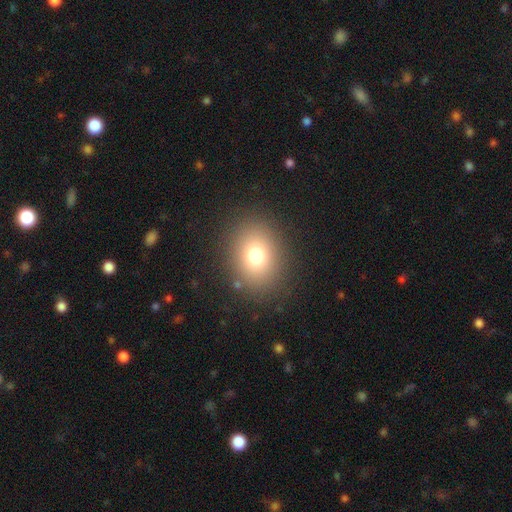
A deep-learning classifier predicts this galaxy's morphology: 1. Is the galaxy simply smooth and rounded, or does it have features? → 75% smooth, 14% star or artifact, 10% featured or disk.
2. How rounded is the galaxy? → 50% in between, 49% round, 1% cigar-shaped.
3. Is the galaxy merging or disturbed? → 86% none, 8% minor disturbance, 4% major disturbance, 2% merger.